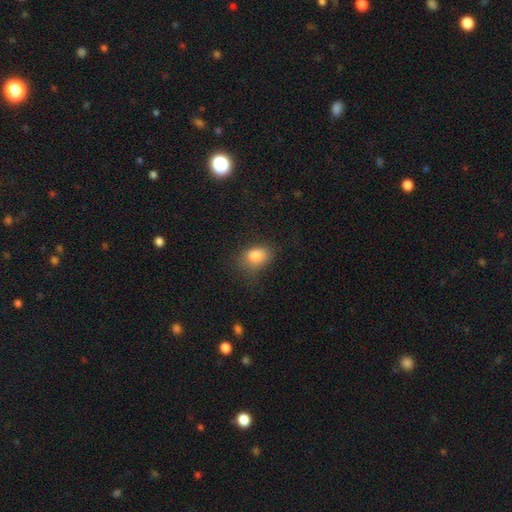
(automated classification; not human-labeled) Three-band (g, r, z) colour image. It shows a smooth galaxy with no disk features (83%) that is in between round and cigar-shaped (63%). Merging: none (63%).